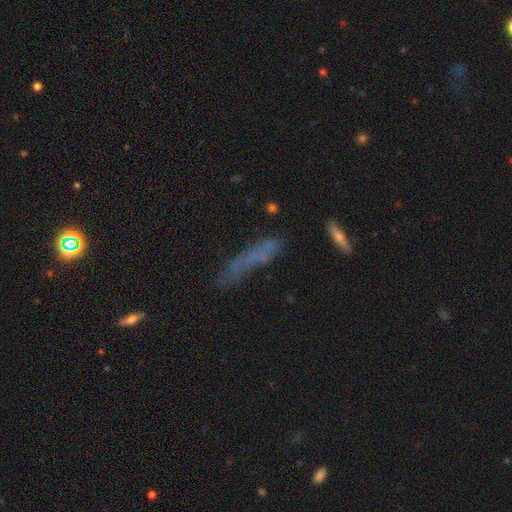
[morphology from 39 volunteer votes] Smooth or featured? 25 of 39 (64%) said smooth. How rounded? 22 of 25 (88%) said cigar-shaped. Merging? 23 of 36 (64%) said none.